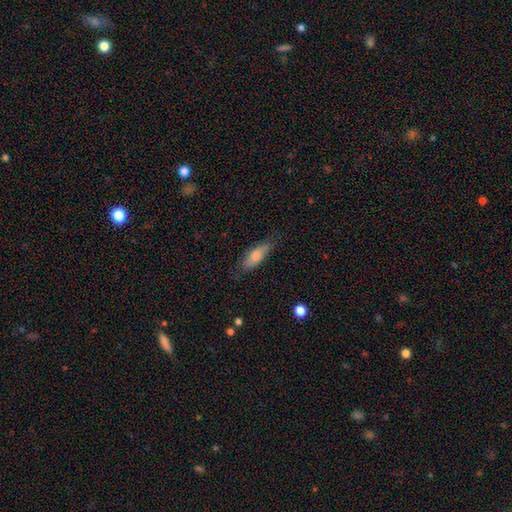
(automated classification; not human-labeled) A smooth galaxy with no disk features (78%) that is in between round and cigar-shaped (66%).

Vote fractions:
- Smooth or featured? smooth: 78% / featured or disk: 16% / star or artifact: 6%
- How rounded? in between: 66% / cigar-shaped: 32% / round: 2%
- Merging? none: 74% / minor disturbance: 19% / major disturbance: 5% / merger: 1%